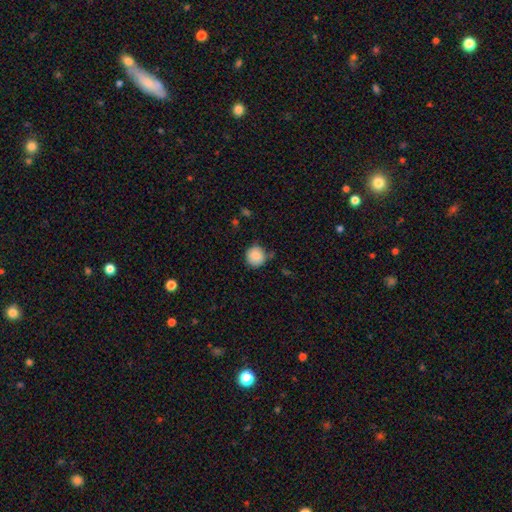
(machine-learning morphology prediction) Smooth or featured: smooth — 87% (star or artifact — 8%)
How rounded: round — 92% (in between — 7%)
Merging: none — 73% (minor disturbance — 20%)